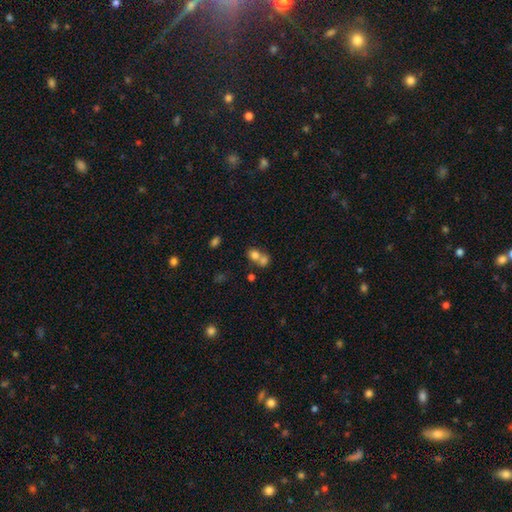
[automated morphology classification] Smooth or featured? smooth (74%)
How rounded? round (65%)
Merging? merger (62%)